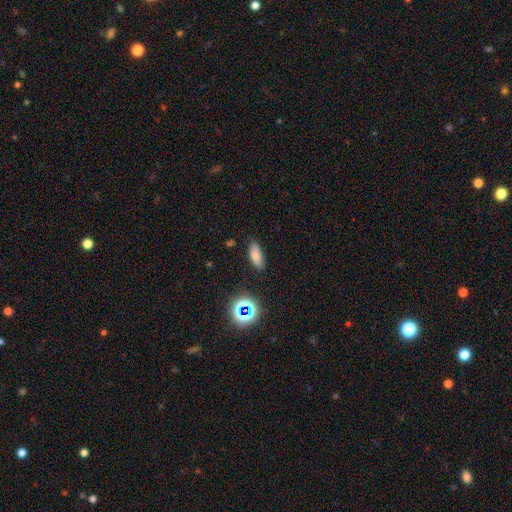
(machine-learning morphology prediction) A smooth galaxy with no disk features (75%) that is in between round and cigar-shaped (78%).

Vote fractions:
- Smooth or featured? smooth: 75% / star or artifact: 14% / featured or disk: 10%
- How rounded? in between: 78% / cigar-shaped: 18% / round: 4%
- Merging? none: 79% / minor disturbance: 15% / major disturbance: 3% / merger: 2%